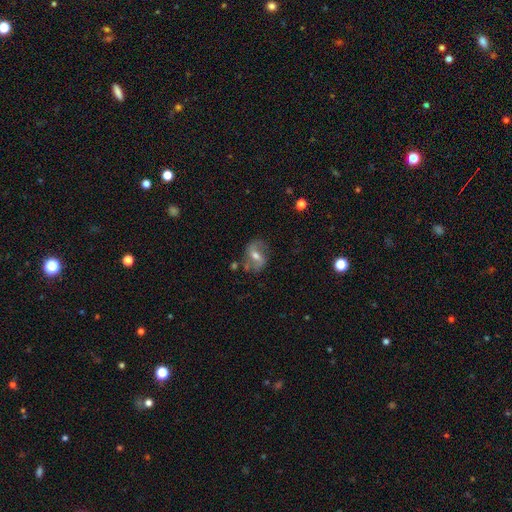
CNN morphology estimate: This is likely a featured or disk galaxy (62%). It is clearly not viewed edge-on (94%). Bar: marginally weak (43%). Spiral arm pattern: likely yes (75%). Central bulge: likely moderate (67%). Merging: likely none (67%).